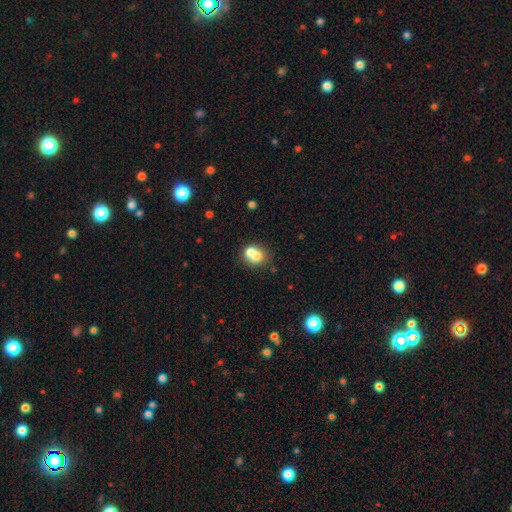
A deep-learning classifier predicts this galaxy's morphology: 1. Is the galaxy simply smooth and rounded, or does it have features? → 69% smooth, 21% featured or disk, 11% star or artifact.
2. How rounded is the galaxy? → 65% round, 34% in between, 1% cigar-shaped.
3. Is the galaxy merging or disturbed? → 58% merger, 30% none, 8% minor disturbance, 4% major disturbance.